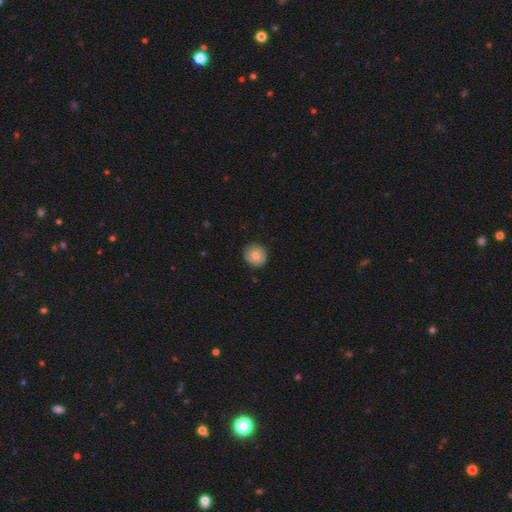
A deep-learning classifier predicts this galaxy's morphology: type=smooth (75%); roundness=round (84%); merging=none (83%).